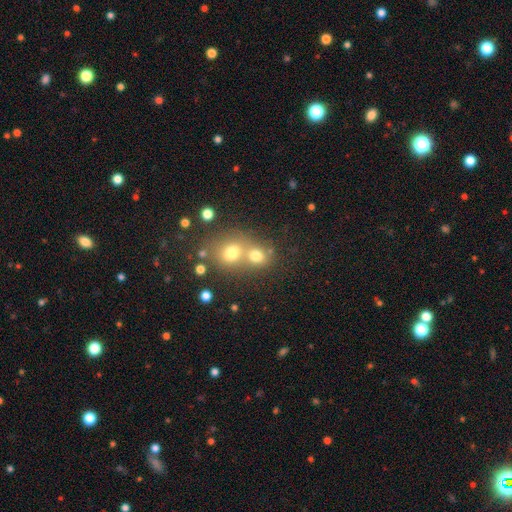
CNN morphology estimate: This is likely a smooth galaxy (72%). How rounded: likely round (73%). Merging: possibly merger (54%).